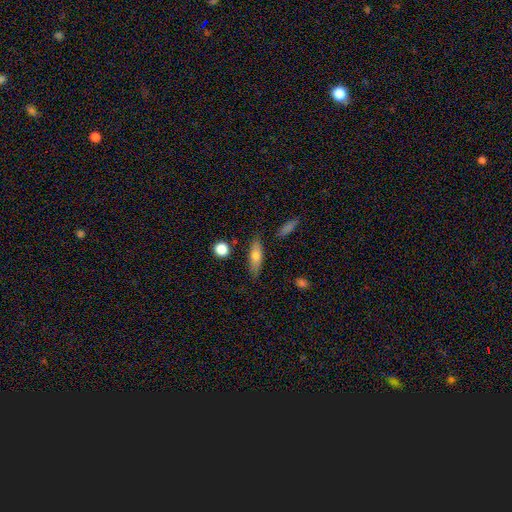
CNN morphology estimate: The model was most divided on "how rounded": in between: 53%, cigar-shaped: 43%, round: 4%. More confident: merging — none (80%); smooth or featured — smooth (68%).